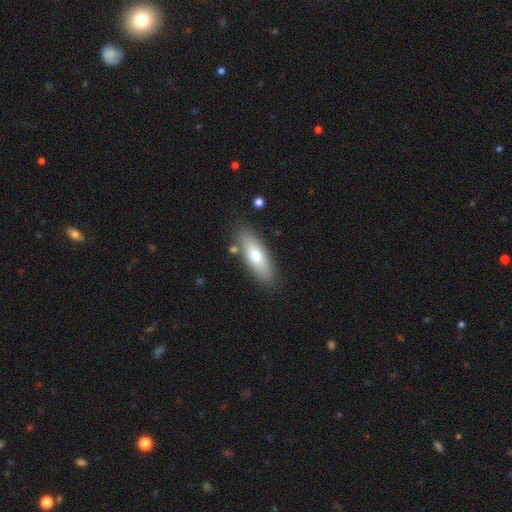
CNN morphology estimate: type=smooth (68%); roundness=in between (58%); merging=none (82%).